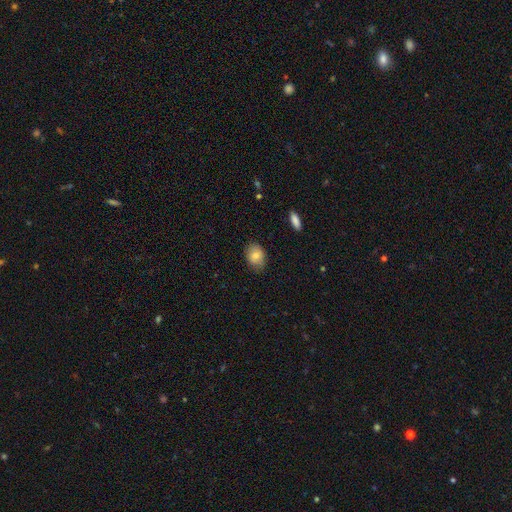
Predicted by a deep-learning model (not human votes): Morphology: type=smooth (79%); roundness=in between (69%); merging=none (80%).